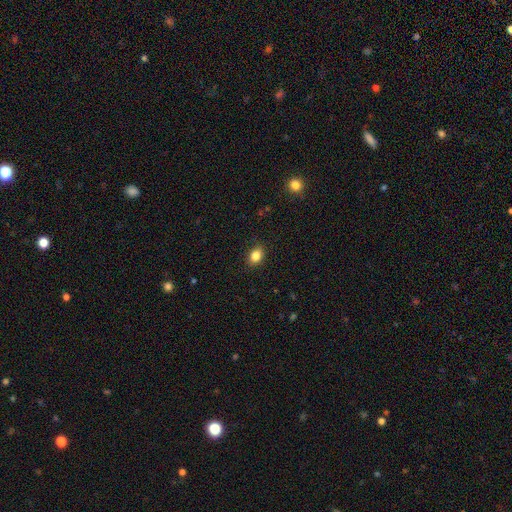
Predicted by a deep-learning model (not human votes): Smooth or featured: smooth — 85% (star or artifact — 10%)
How rounded: in between — 65% (round — 34%)
Merging: none — 88% (minor disturbance — 8%)